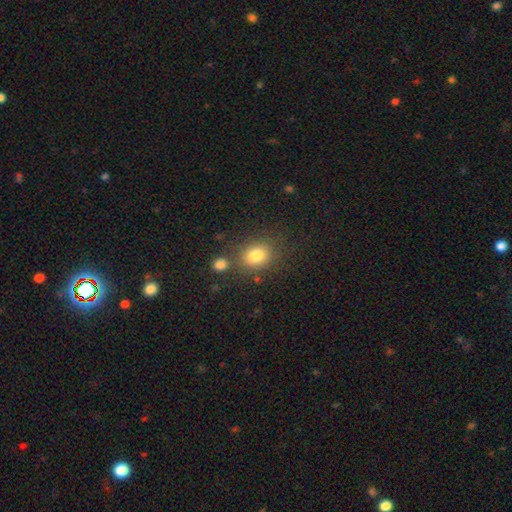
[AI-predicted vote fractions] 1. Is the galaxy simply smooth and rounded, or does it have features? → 81% smooth, 11% star or artifact, 8% featured or disk.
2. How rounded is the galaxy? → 51% round, 48% in between, 1% cigar-shaped.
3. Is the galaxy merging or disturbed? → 71% none, 13% minor disturbance, 11% merger, 5% major disturbance.